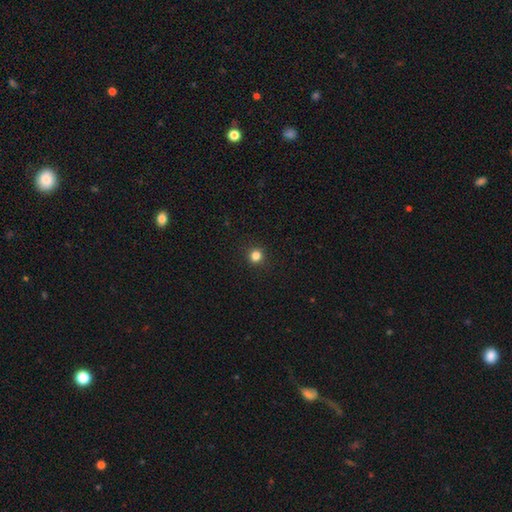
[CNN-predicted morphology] smooth_or_featured: smooth (p=0.82) [alt: star or artifact p=0.14]
how_rounded: round (p=0.94) [alt: in between p=0.05]
merging: none (p=0.93) [alt: minor disturbance p=0.05]